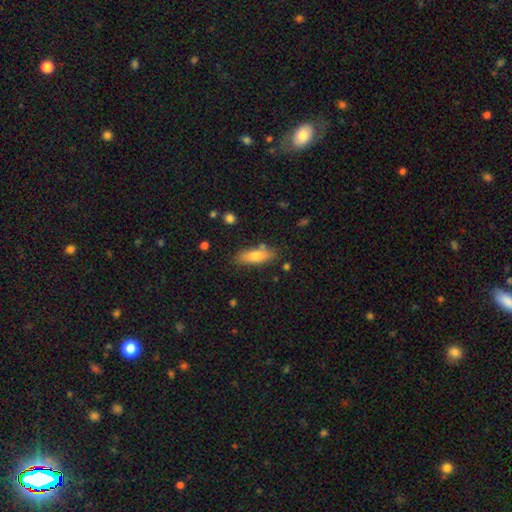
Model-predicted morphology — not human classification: Overall: smooth (75%). How rounded: in between (61%; cigar-shaped 37%). Merging: none (78%).